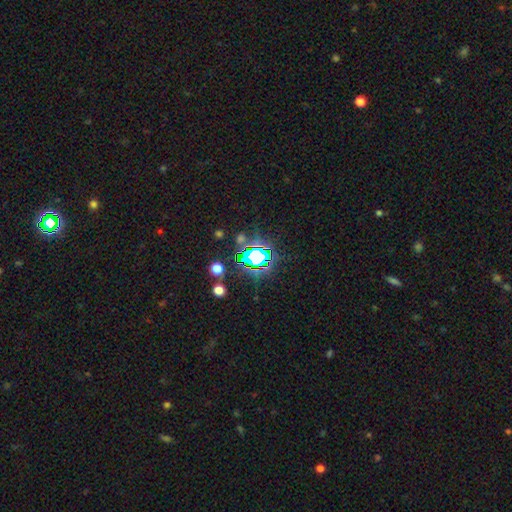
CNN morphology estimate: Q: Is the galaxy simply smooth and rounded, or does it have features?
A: star or artifact — 68%.